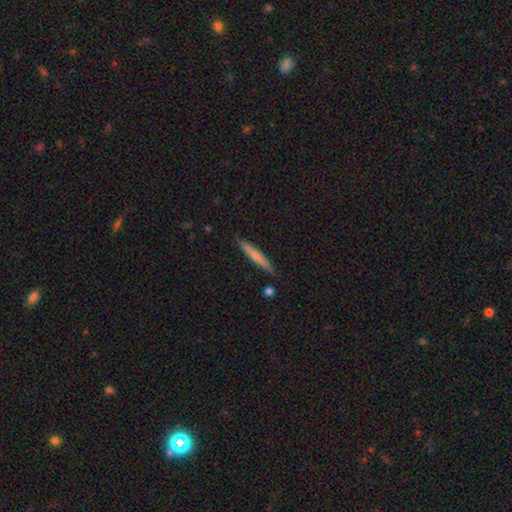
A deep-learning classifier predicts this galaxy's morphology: This appears to be a smooth galaxy with no disk features (63%) that is cigar-shaped (94%). Merging: none (87%).